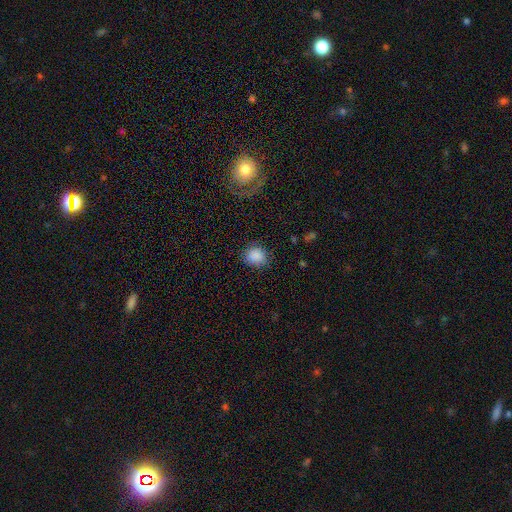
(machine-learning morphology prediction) Q: Smooth or featured?
A: smooth (85%); runner-up: star or artifact (9%)
Q: How rounded?
A: round (75%); runner-up: in between (24%)
Q: Merging?
A: none (80%); runner-up: minor disturbance (14%)